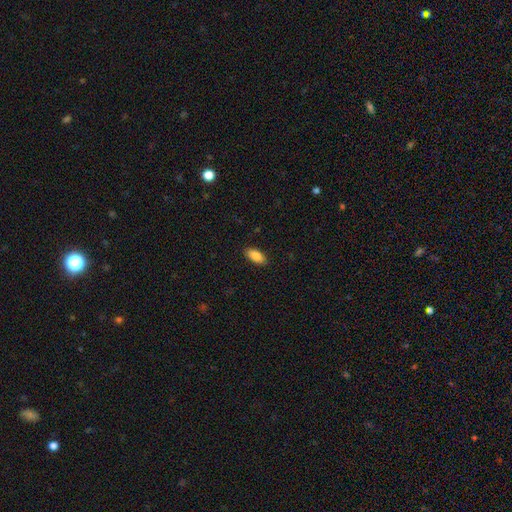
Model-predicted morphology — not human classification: A smooth galaxy with no disk features (88%) that is in between round and cigar-shaped (89%).

Vote fractions:
- Smooth or featured? smooth: 88% / star or artifact: 7% / featured or disk: 6%
- How rounded? in between: 89% / cigar-shaped: 9% / round: 2%
- Merging? none: 89% / minor disturbance: 8% / major disturbance: 2% / merger: 1%